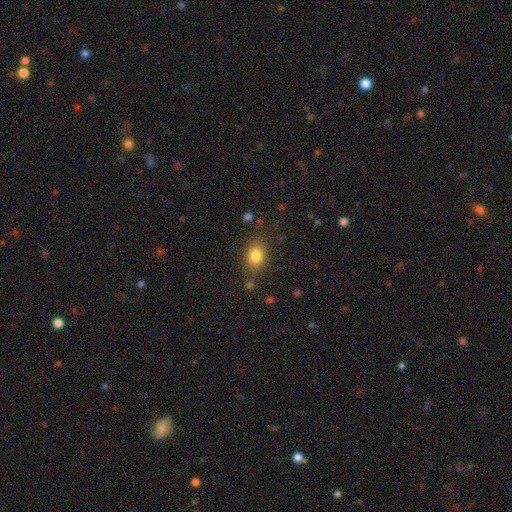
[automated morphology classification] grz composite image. It shows a smooth galaxy with no disk features (82%) that is in between round and cigar-shaped (60%). Merging: none (80%).